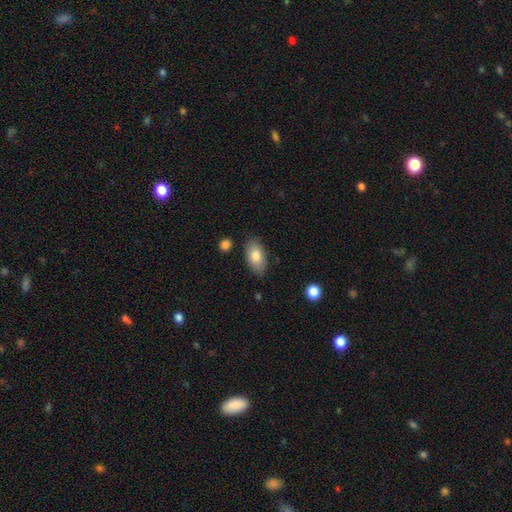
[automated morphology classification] This is likely a smooth galaxy (80%). How rounded: clearly in between (93%). Merging: clearly none (82%).